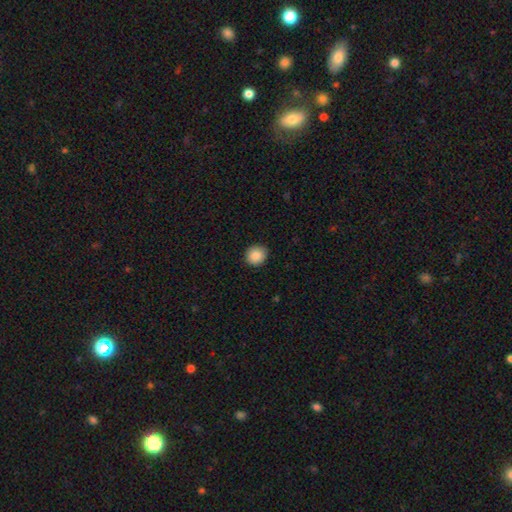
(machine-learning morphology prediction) Overall: smooth (87%). How rounded: round (86%). Merging: none (91%).